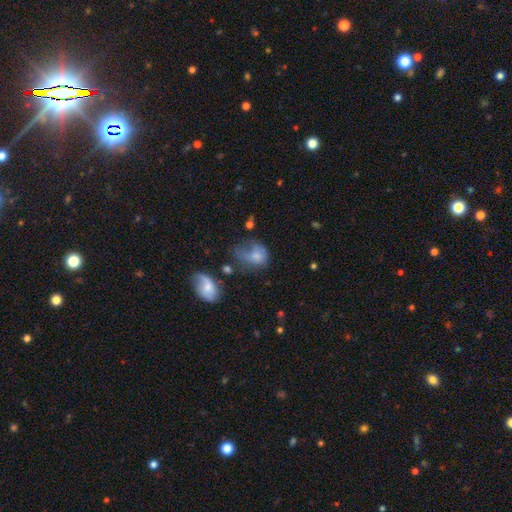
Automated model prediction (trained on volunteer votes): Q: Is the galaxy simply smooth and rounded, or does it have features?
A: smooth — 64%.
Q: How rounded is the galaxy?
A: in between — 66%.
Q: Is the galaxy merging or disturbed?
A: major disturbance — 44%.